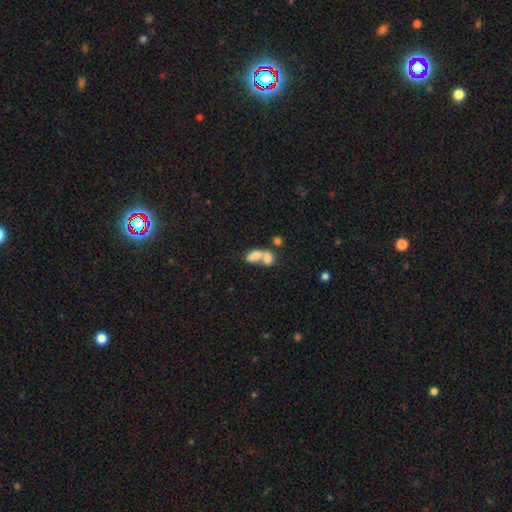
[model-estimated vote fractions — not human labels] Q: Smooth or featured?
A: smooth (75%); runner-up: featured or disk (16%)
Q: How rounded?
A: in between (86%); runner-up: round (10%)
Q: Merging?
A: merger (73%); runner-up: none (16%)